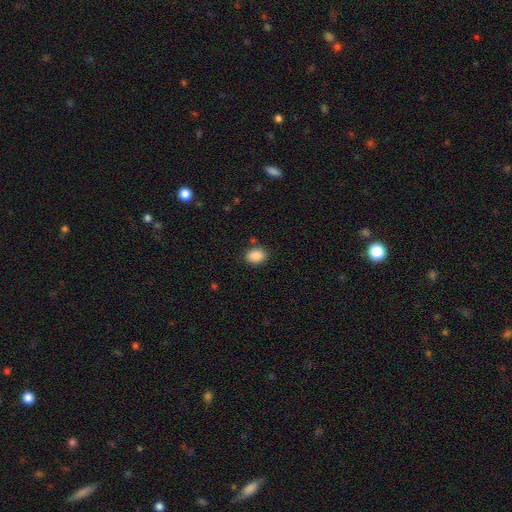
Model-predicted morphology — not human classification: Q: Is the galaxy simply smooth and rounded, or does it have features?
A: smooth — 88%.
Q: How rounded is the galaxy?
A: in between — 69%.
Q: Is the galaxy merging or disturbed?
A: none — 83%.